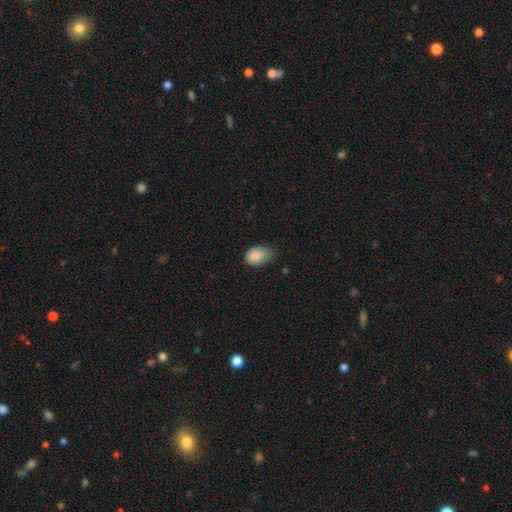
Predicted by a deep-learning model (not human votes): smooth_or_featured: smooth (p=0.83) [alt: featured or disk p=0.10]
how_rounded: in between (p=0.77) [alt: round p=0.22]
merging: none (p=0.48) [alt: minor disturbance p=0.42]